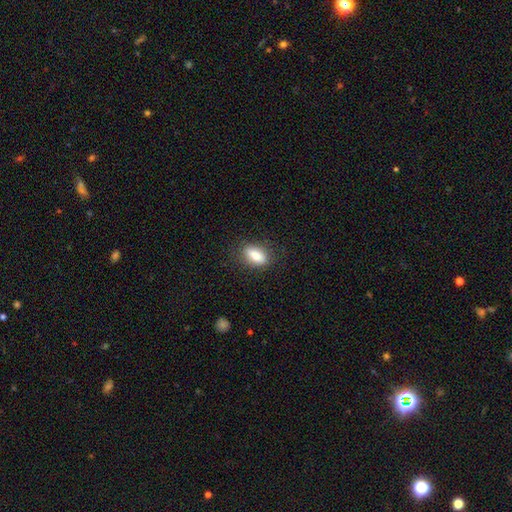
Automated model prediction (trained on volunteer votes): A smooth galaxy with no disk features (79%) that is in between round and cigar-shaped (83%). Merging: none (81%).